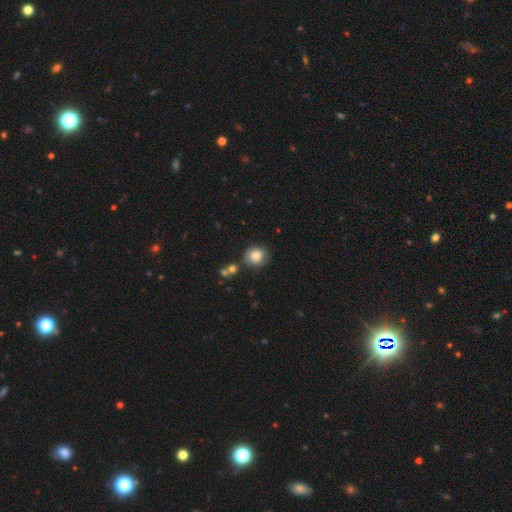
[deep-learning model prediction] Overall: smooth (82%). How rounded: round (84%). Merging: none (76%).